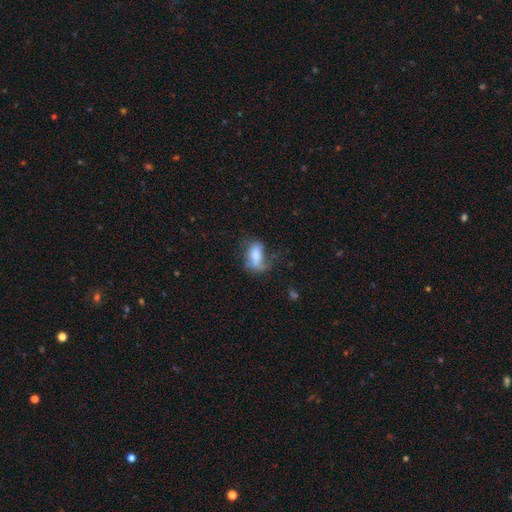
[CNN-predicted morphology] Overall: smooth (67%). How rounded: in between (88%). Merging: major disturbance (35%; none 30%).